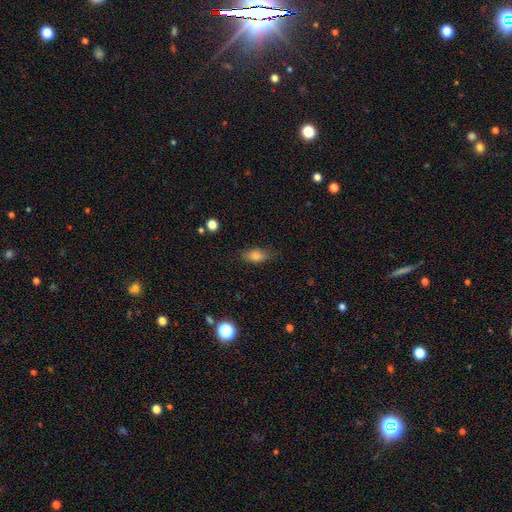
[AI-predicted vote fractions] smooth 74%, featured or disk 16%, star or artifact 10%. Down the decision tree: how rounded — in between (79%); merging — none (79%).